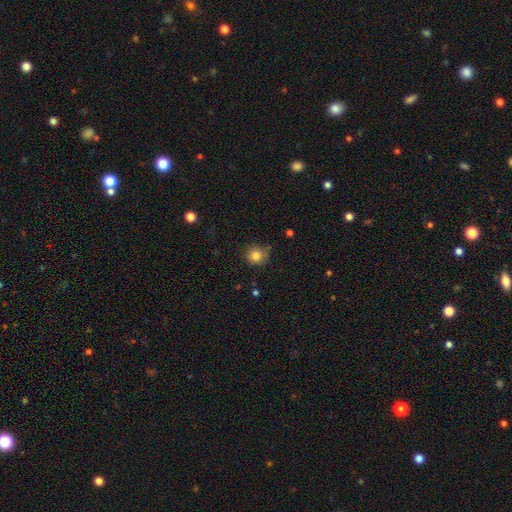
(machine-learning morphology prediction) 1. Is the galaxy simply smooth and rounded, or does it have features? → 83% smooth, 11% star or artifact, 6% featured or disk.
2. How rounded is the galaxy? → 91% round, 8% in between, 1% cigar-shaped.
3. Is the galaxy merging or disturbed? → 75% none, 18% minor disturbance, 4% major disturbance, 3% merger.